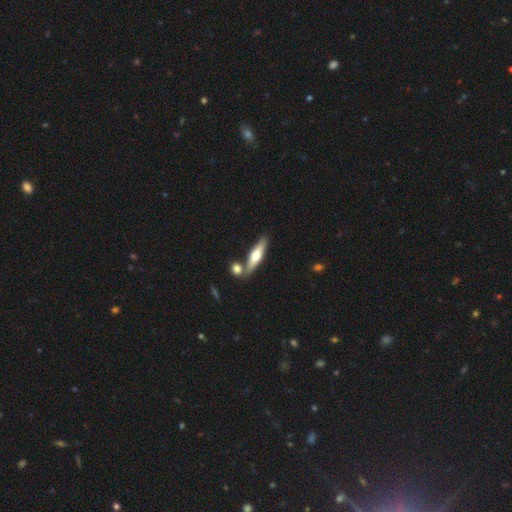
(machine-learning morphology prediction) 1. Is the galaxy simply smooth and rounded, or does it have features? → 49% featured or disk, 45% smooth, 5% star or artifact.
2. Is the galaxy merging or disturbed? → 71% none, 18% merger, 9% minor disturbance, 2% major disturbance.